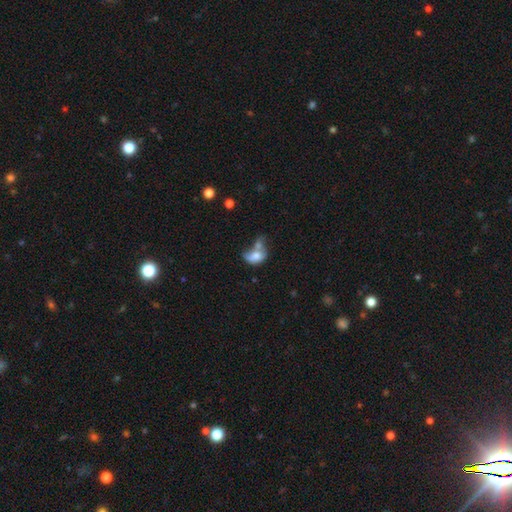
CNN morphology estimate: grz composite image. It shows a smooth galaxy with no disk features (67%) that is in between round and cigar-shaped (80%). Merging: merger (56%).